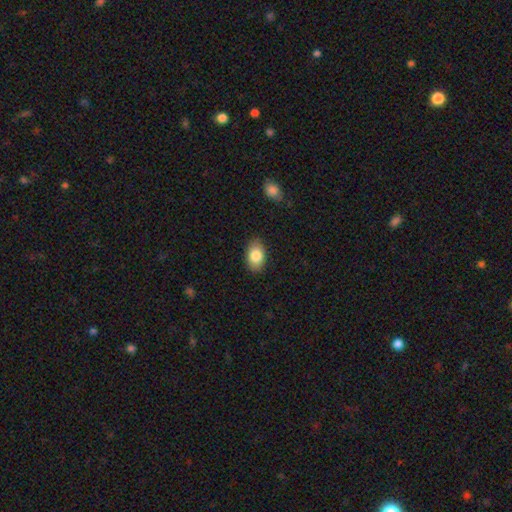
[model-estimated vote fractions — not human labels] smooth-or-featured: smooth: 83% | featured or disk: 10% | star or artifact: 7%
  how-rounded: in between: 88% | round: 10% | cigar-shaped: 1%
  merging: none: 87% | minor disturbance: 10% | major disturbance: 2% | merger: 1%